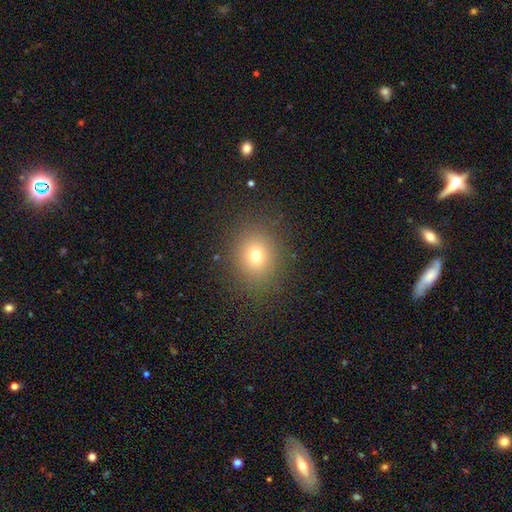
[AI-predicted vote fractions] Overall: smooth (72%). How rounded: round (72%). Merging: none (87%).